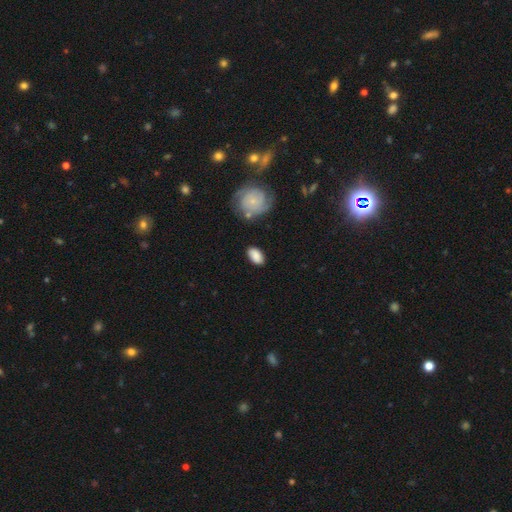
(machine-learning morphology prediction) Smooth or featured?
  - smooth: 83% *
  - featured or disk: 11%
  - star or artifact: 6%
How rounded?
  - in between: 90% *
  - round: 8%
  - cigar-shaped: 2%
Merging?
  - none: 77% *
  - minor disturbance: 15%
  - major disturbance: 4%
  - merger: 4%